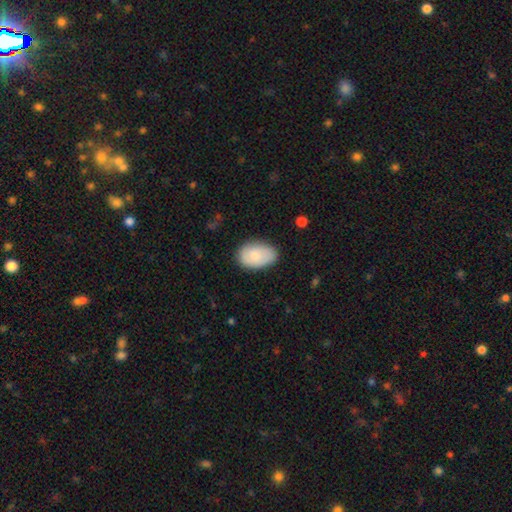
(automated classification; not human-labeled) Morphology: type=smooth (80%); roundness=in between (90%); merging=none (80%).